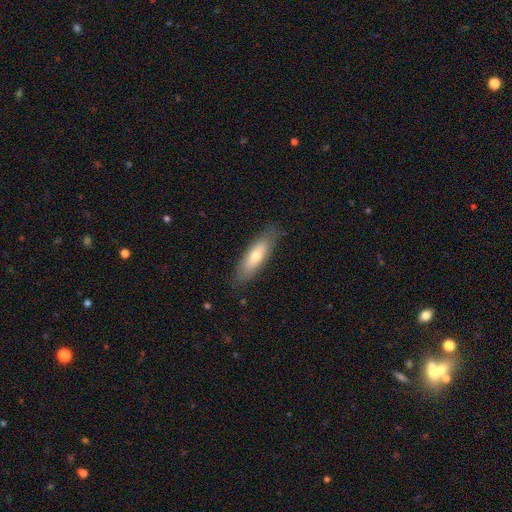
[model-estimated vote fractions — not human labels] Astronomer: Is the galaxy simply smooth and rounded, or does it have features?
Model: smooth — 66%.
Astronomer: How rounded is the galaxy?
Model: cigar-shaped — 50% (runner-up: in between, 48%).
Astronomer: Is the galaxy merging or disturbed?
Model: none — 83%.